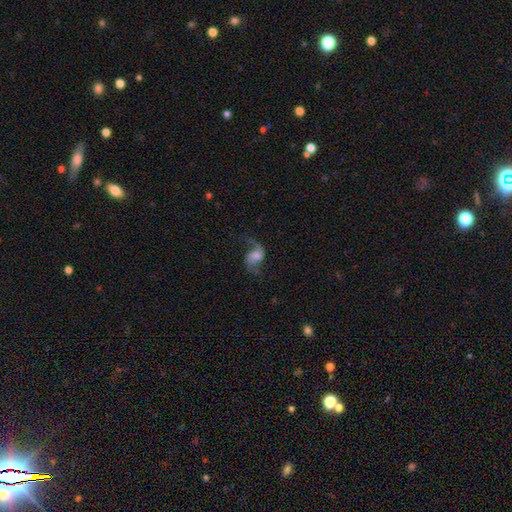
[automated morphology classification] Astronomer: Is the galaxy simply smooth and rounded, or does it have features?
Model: featured or disk — 73%.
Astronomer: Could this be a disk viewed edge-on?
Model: no — 97%.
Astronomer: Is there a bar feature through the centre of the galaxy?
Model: no — 53% (runner-up: weak, 36%).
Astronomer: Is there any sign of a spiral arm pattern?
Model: yes — 93%.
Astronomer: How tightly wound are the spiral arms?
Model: loose — 78%.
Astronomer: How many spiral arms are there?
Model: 2 — 81%.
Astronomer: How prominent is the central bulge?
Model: moderate — 30% (runner-up: small, 25%).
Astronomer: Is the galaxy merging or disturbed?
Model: none — 56%.